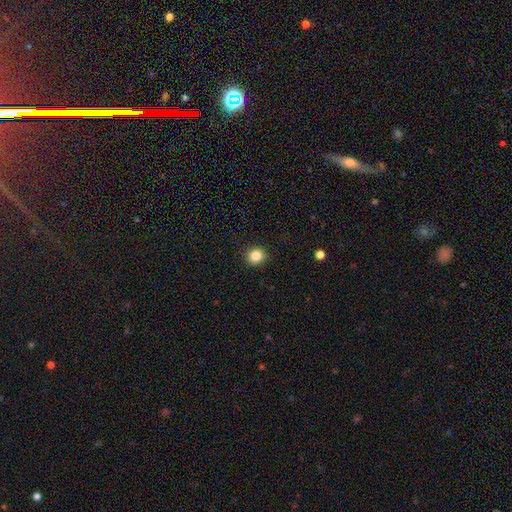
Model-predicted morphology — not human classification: smooth-or-featured: smooth: 84% | star or artifact: 11% | featured or disk: 5%
  how-rounded: round: 91% | in between: 8% | cigar-shaped: 1%
  merging: none: 92% | minor disturbance: 5% | major disturbance: 2% | merger: 1%